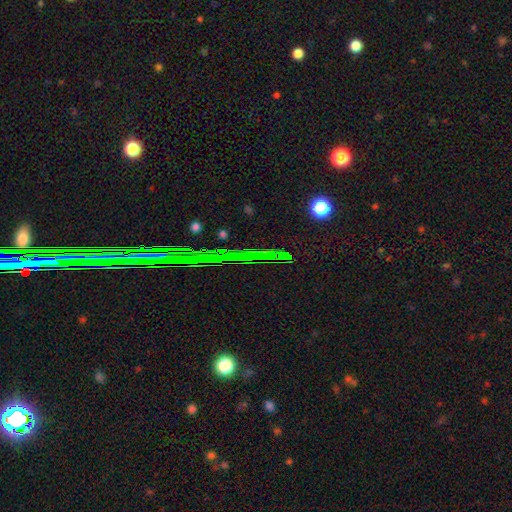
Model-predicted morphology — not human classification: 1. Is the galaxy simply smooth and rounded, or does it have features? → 61% star or artifact, 23% featured or disk, 17% smooth.